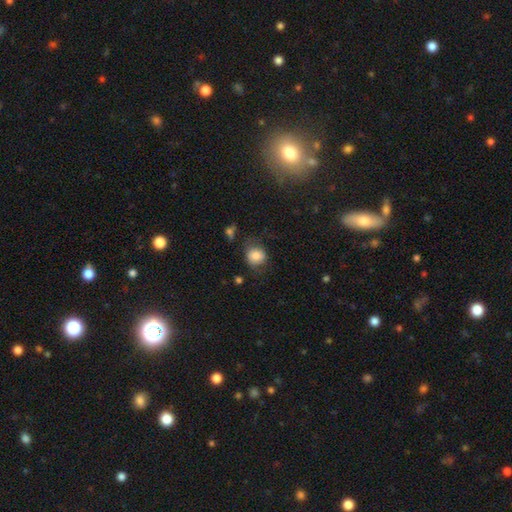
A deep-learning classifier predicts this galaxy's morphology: This is likely a smooth galaxy (77%). How rounded: likely round (79%). Merging: likely none (63%).